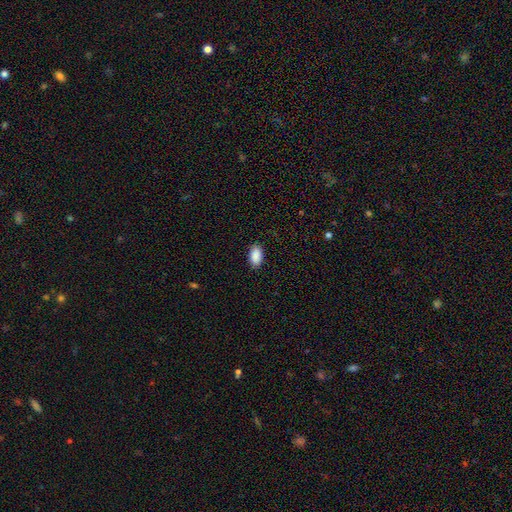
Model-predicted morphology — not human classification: A smooth galaxy with no disk features (90%) that is in between round and cigar-shaped (94%). Merging: none (87%).